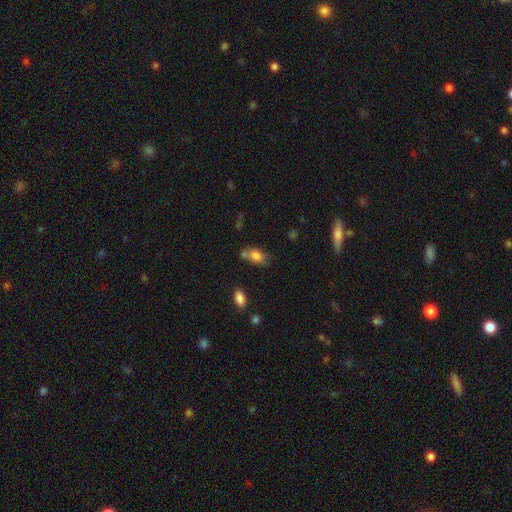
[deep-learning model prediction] Smooth or featured: smooth — 80% (featured or disk — 11%)
How rounded: in between — 82% (round — 15%)
Merging: none — 50% (merger — 26%)